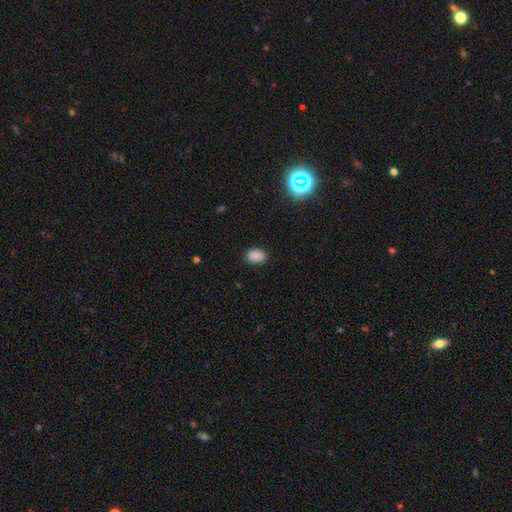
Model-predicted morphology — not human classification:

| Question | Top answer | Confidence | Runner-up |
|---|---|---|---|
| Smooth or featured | smooth | 87% | star or artifact (10%) |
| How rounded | in between | 76% | round (23%) |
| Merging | none | 87% | minor disturbance (9%) |